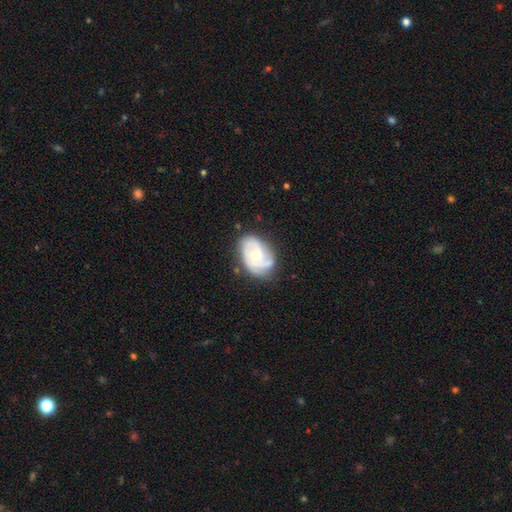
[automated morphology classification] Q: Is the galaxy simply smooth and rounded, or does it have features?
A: featured or disk — 69%.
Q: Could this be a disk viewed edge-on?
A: no — 97%.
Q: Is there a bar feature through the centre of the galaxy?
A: no — 77%.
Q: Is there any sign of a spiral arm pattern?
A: yes — 83%.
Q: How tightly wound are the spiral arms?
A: tight — 54%.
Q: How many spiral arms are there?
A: can't tell — 33%.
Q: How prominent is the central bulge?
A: moderate — 52%.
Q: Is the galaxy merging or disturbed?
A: none — 61%.